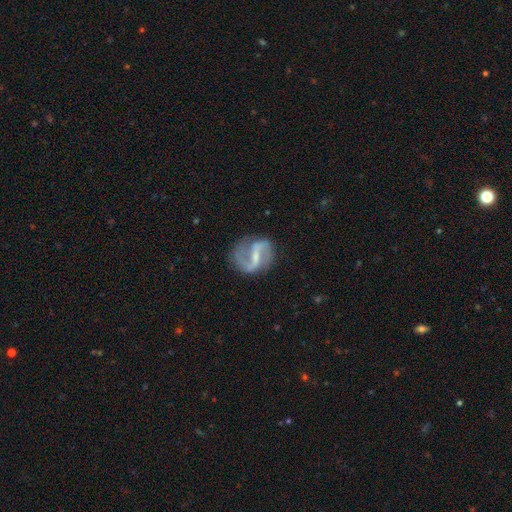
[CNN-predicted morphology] Overall: featured or disk (88%). Edge-on disk: no (97%). Bar: strong (50%; weak 39%). Spiral arms: yes (94%). Spiral arm count: 2 (91%). Spiral winding: loose (54%; medium 37%). Bulge size: small (57%; moderate 24%). Merging: none (77%).